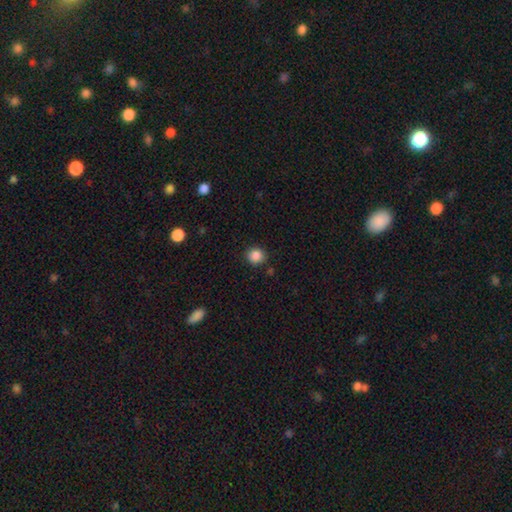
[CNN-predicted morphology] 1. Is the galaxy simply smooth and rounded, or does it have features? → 87% smooth, 10% star or artifact, 3% featured or disk.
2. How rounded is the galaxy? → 88% round, 11% in between, 1% cigar-shaped.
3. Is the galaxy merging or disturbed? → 87% none, 8% minor disturbance, 3% major disturbance, 2% merger.